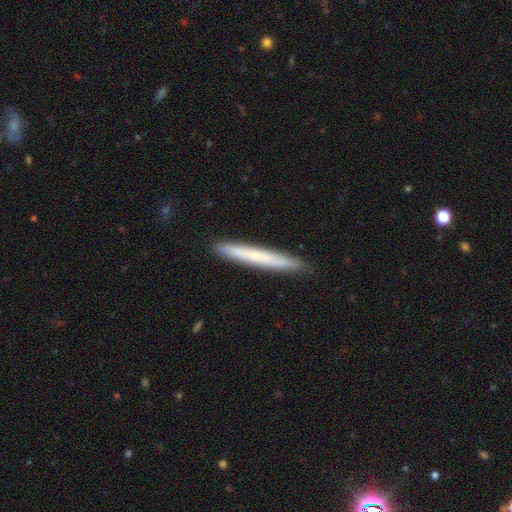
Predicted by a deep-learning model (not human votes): A smooth galaxy with no disk features (61%) that is cigar-shaped (97%).

Vote fractions:
- Smooth or featured? smooth: 61% / featured or disk: 34% / star or artifact: 6%
- How rounded? cigar-shaped: 97% / in between: 2% / round: 1%
- Merging? none: 91% / minor disturbance: 7% / major disturbance: 1% / merger: 1%